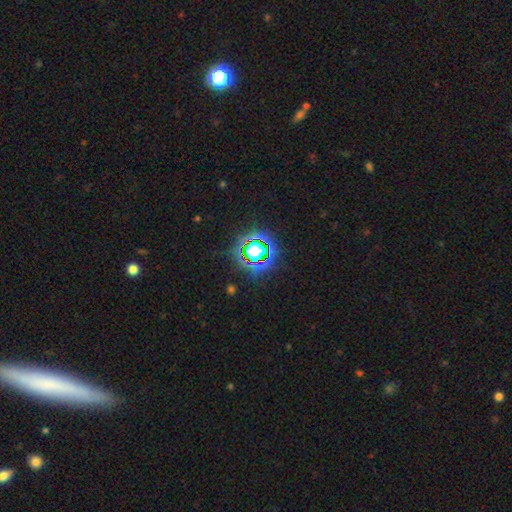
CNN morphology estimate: Smooth or featured? Predicted: star or artifact (p=0.78).